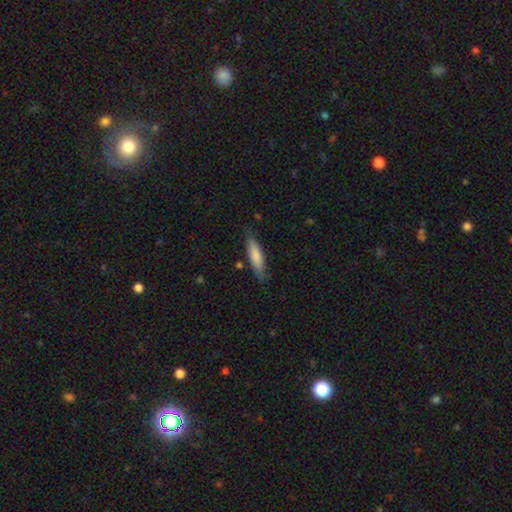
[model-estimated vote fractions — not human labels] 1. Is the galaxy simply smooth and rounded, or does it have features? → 77% smooth, 17% featured or disk, 6% star or artifact.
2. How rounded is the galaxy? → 68% cigar-shaped, 31% in between, 1% round.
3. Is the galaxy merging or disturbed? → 78% none, 17% minor disturbance, 3% major disturbance, 2% merger.